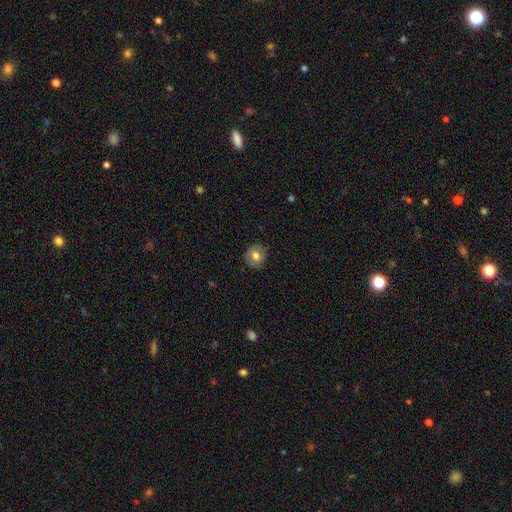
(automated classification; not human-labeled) The model was most divided on "smooth or featured": smooth: 70%, featured or disk: 21%, star or artifact: 8%. More confident: how rounded — round (83%); merging — none (83%).